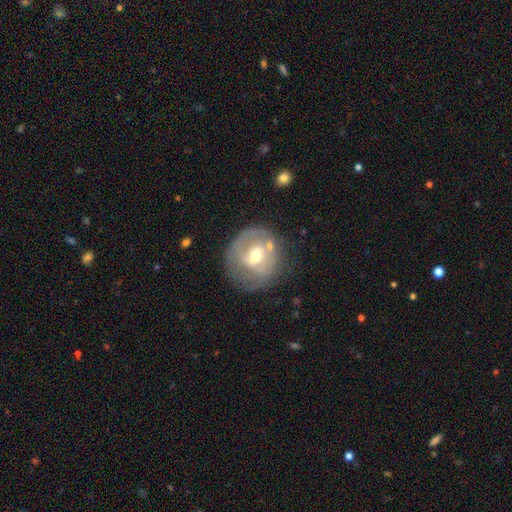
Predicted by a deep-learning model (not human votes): smooth-or-featured: featured or disk: 67% | smooth: 26% | star or artifact: 7%
  disk-edge-on: no: 97% | yes: 3%
    bar: weak: 49% | no: 34% | strong: 17%
    has-spiral-arms: yes: 66% | no: 34%
    bulge-size: moderate: 67% | small: 26% | large: 5% | none: 1% | dominant: 1%
  merging: none: 62% | minor disturbance: 21% | major disturbance: 11% | merger: 6%